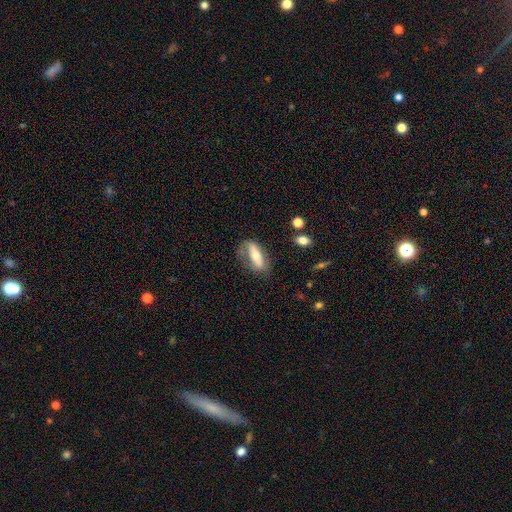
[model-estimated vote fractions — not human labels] This appears to be a smooth galaxy with no disk features (47%). Merging: none (60%).